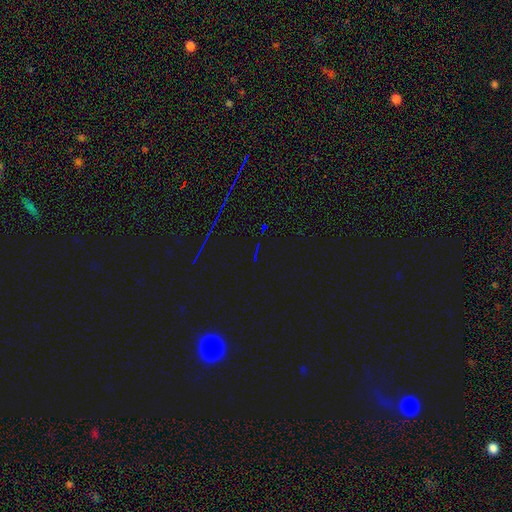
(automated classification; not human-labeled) smooth_or_featured: star or artifact (p=0.82) [alt: smooth p=0.10]